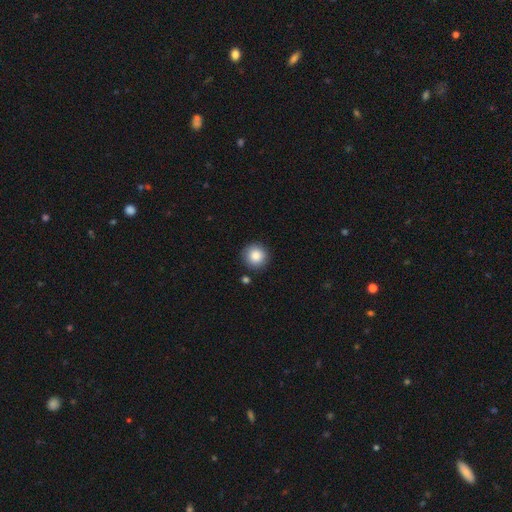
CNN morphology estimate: Smooth or featured: smooth — 86% (star or artifact — 9%)
How rounded: round — 95% (in between — 4%)
Merging: none — 88% (minor disturbance — 7%)